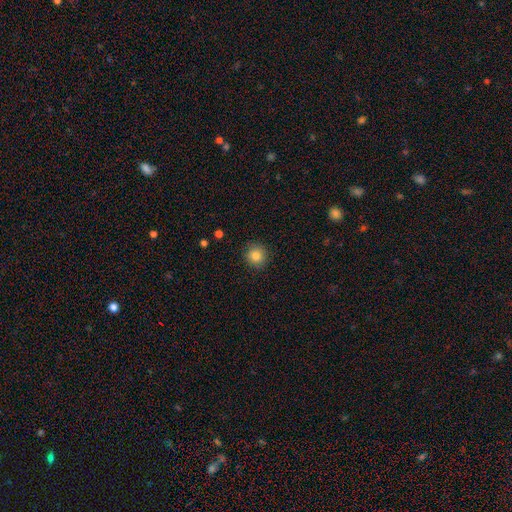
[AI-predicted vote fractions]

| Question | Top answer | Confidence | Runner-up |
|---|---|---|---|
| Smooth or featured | smooth | 84% | star or artifact (10%) |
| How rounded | round | 91% | in between (8%) |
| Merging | none | 90% | minor disturbance (7%) |